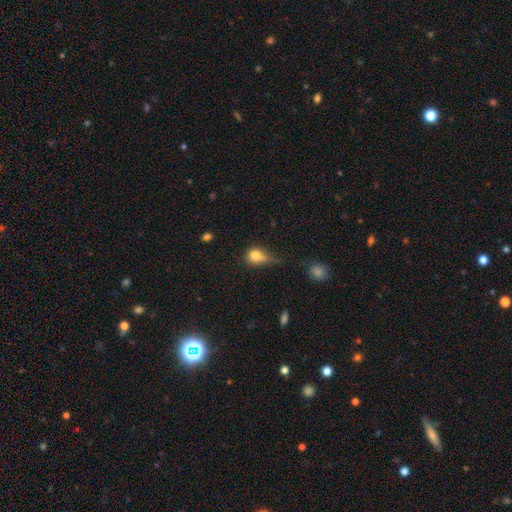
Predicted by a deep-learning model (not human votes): Overall: smooth (77%). How rounded: in between (49%; round 47%). Merging: minor disturbance (39%; major disturbance 28%).